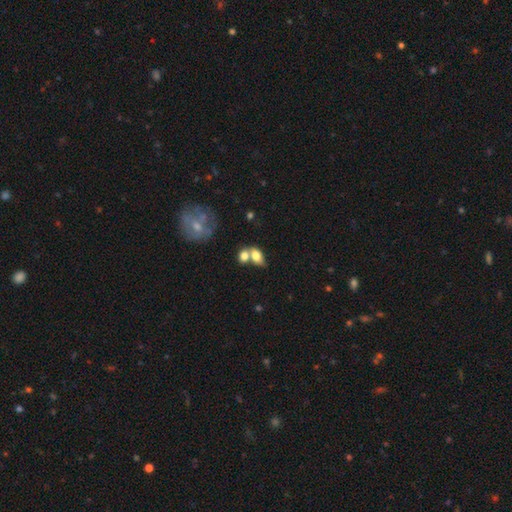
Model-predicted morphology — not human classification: Overall: smooth (75%). How rounded: in between (82%). Merging: merger (50%; none 34%).